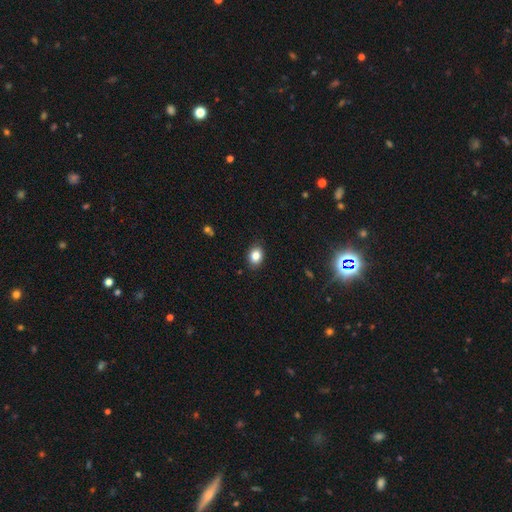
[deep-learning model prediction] Overall: smooth (84%). How rounded: in between (62%; round 37%). Merging: none (86%).